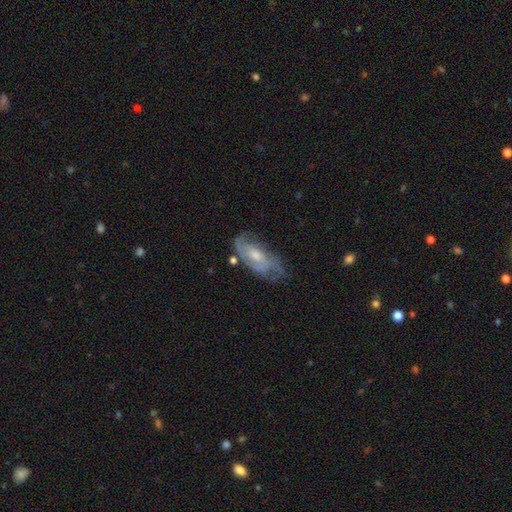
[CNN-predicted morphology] Smooth or featured? Predicted: featured or disk (p=0.73). Edge-on disk? Predicted: no (p=0.91). Bar? Predicted: no (p=0.60). Spiral arms? Predicted: yes (p=0.87). Spiral winding? Predicted: medium (p=0.44). Spiral arm count? Predicted: 2 (p=0.42). Bulge size? Predicted: moderate (p=0.55). Merging? Predicted: none (p=0.56).